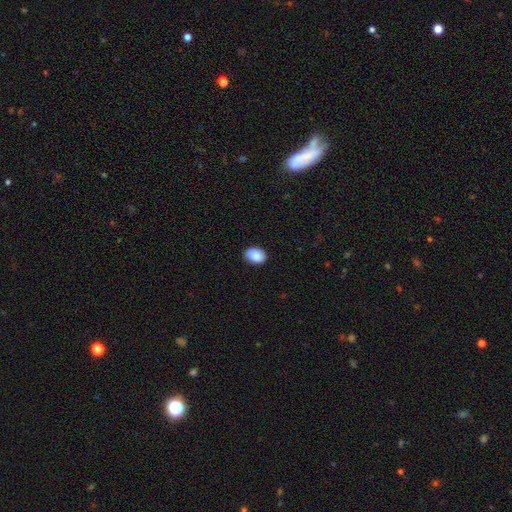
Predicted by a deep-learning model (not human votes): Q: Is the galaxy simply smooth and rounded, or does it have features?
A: smooth — 89%.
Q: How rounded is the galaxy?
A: in between — 81%.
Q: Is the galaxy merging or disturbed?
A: none — 86%.